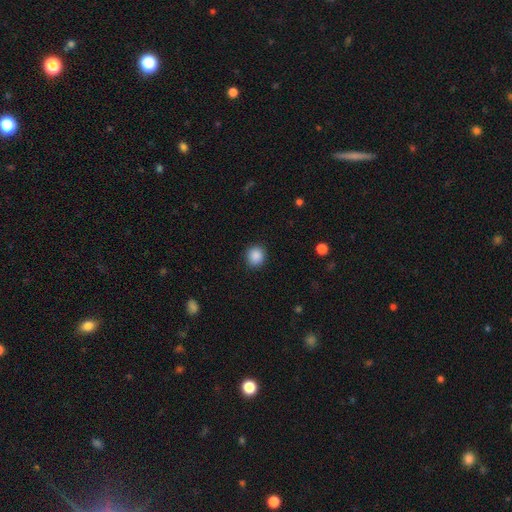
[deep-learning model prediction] Smooth or featured? smooth (88%)
How rounded? round (89%)
Merging? none (91%)